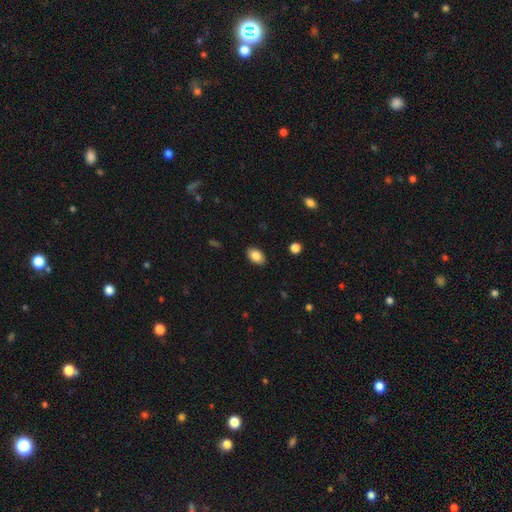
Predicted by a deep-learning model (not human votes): smooth 85%, star or artifact 8%, featured or disk 7%. Down the decision tree: how rounded — in between (89%); merging — none (88%).